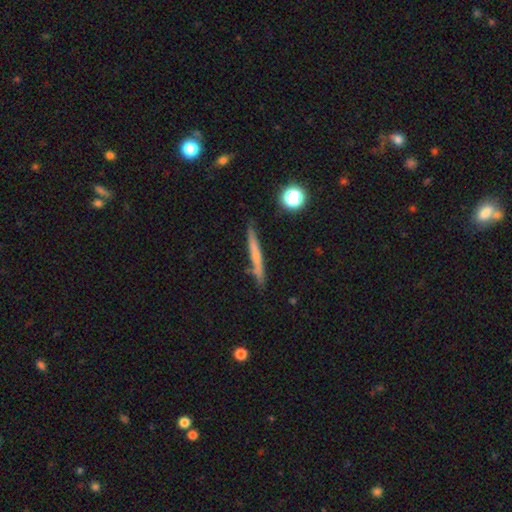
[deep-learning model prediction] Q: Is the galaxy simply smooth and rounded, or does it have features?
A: smooth — 51%.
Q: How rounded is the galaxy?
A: cigar-shaped — 94%.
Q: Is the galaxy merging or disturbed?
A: none — 83%.